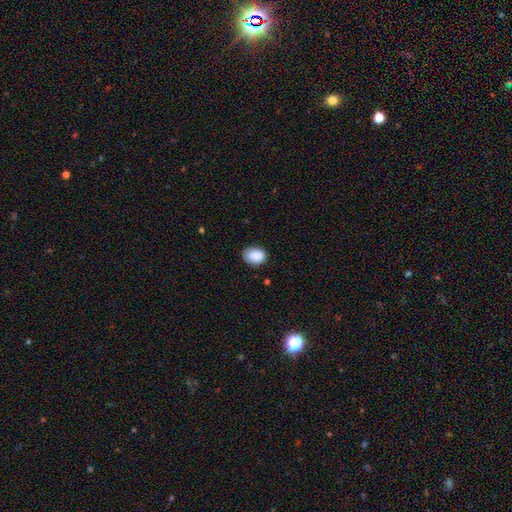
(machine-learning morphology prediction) Smooth or featured?
  - smooth: 89% *
  - star or artifact: 7%
  - featured or disk: 4%
How rounded?
  - in between: 66% *
  - round: 33%
  - cigar-shaped: 1%
Merging?
  - none: 79% *
  - minor disturbance: 17%
  - major disturbance: 3%
  - merger: 1%